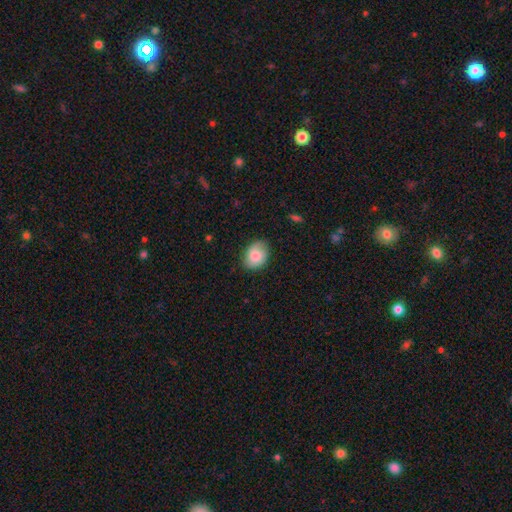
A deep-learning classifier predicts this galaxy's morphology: This is likely a smooth galaxy (78%). How rounded: likely in between (65%). Merging: likely none (75%).